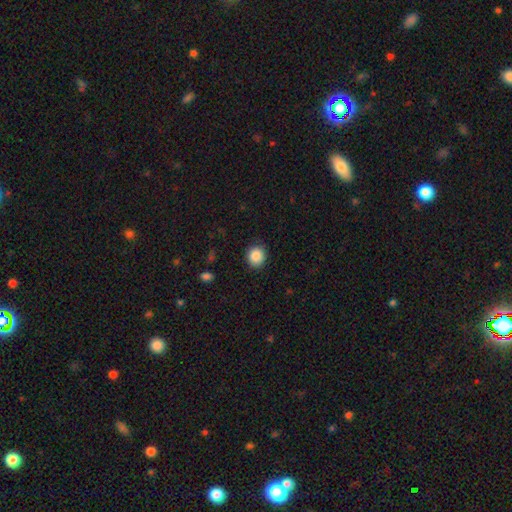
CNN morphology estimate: smooth_or_featured: smooth (p=0.88) [alt: star or artifact p=0.09]
how_rounded: round (p=0.84) [alt: in between p=0.15]
merging: none (p=0.87) [alt: minor disturbance p=0.09]